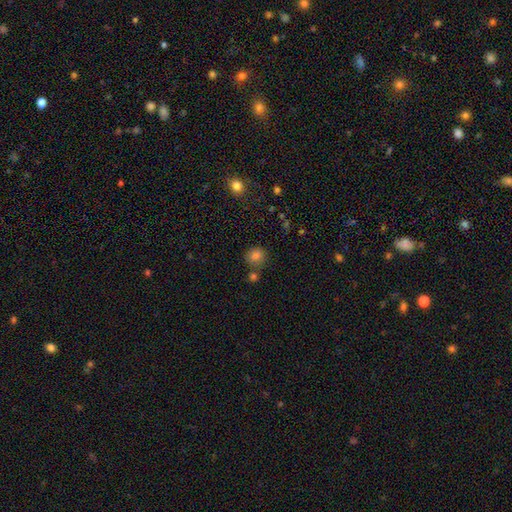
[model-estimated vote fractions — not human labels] Smooth or featured?
  - smooth: 83% *
  - star or artifact: 13%
  - featured or disk: 5%
How rounded?
  - round: 80% *
  - in between: 19%
  - cigar-shaped: 1%
Merging?
  - none: 70% *
  - merger: 13%
  - minor disturbance: 12%
  - major disturbance: 4%